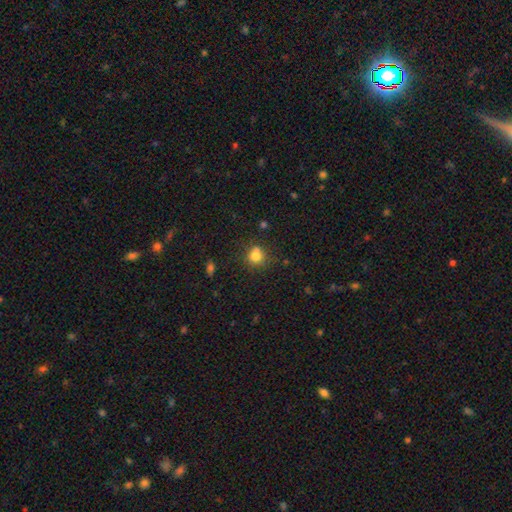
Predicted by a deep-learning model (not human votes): Smooth or featured? Predicted: smooth (p=0.79). How rounded? Predicted: round (p=0.77). Merging? Predicted: none (p=0.60).